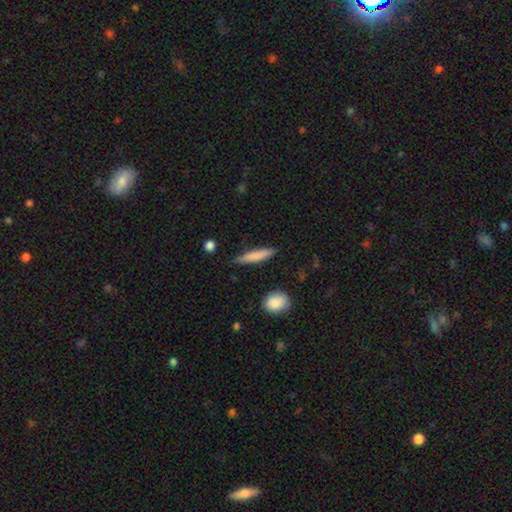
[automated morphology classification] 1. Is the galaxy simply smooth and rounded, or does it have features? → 77% smooth, 18% featured or disk, 6% star or artifact.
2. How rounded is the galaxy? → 86% cigar-shaped, 12% in between, 2% round.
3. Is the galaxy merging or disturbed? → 81% none, 14% minor disturbance, 3% major disturbance, 2% merger.